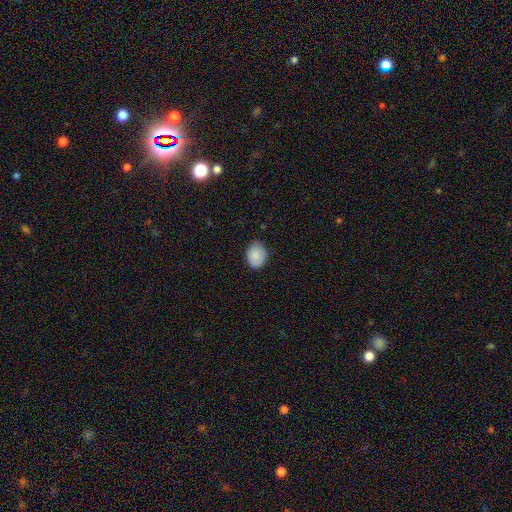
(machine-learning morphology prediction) A smooth galaxy with no disk features (87%) that is in between round and cigar-shaped (54%).

Vote fractions:
- Smooth or featured? smooth: 87% / star or artifact: 7% / featured or disk: 6%
- How rounded? in between: 54% / round: 45% / cigar-shaped: 1%
- Merging? none: 74% / minor disturbance: 21% / major disturbance: 3% / merger: 1%